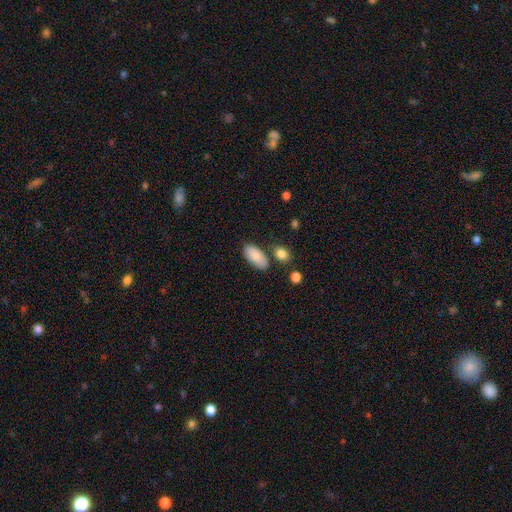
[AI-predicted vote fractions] Overall: smooth (85%). How rounded: in between (93%). Merging: none (74%).